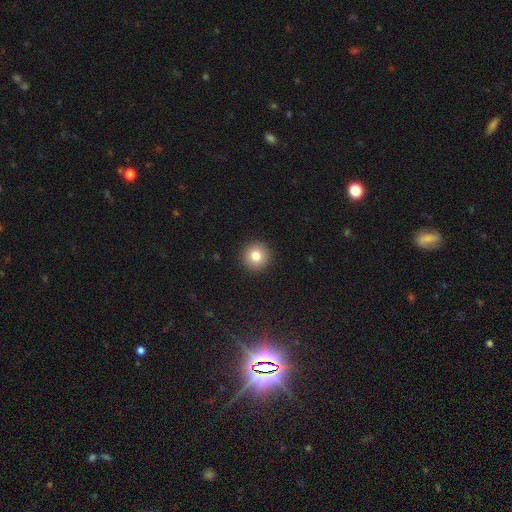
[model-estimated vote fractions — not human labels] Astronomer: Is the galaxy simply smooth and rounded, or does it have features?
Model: smooth — 82%.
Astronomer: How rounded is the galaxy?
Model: round — 95%.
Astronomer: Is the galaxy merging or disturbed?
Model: none — 93%.